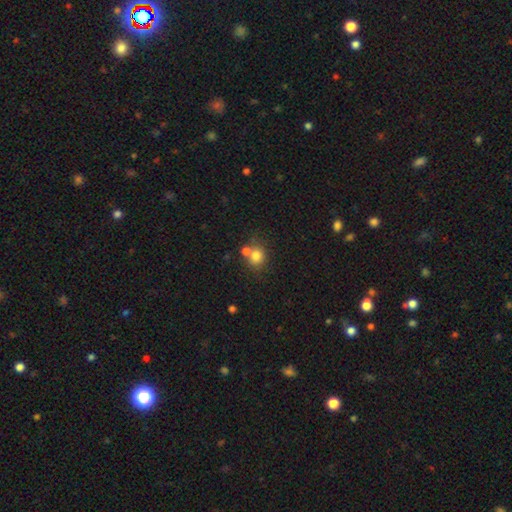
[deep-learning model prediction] smooth 79%, star or artifact 11%, featured or disk 10%. Down the decision tree: how rounded — round (75%); merging — none (53%).